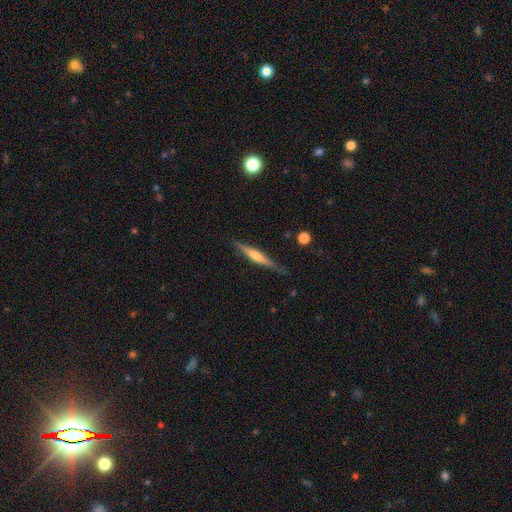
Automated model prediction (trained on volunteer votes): smooth-or-featured: featured or disk: 62% | smooth: 32% | star or artifact: 6%
  disk-edge-on: yes: 97% | no: 3%
    edge-on-bulge: rounded: 67% | none: 19% | boxy: 14%
  merging: none: 83% | minor disturbance: 13% | major disturbance: 2% | merger: 2%